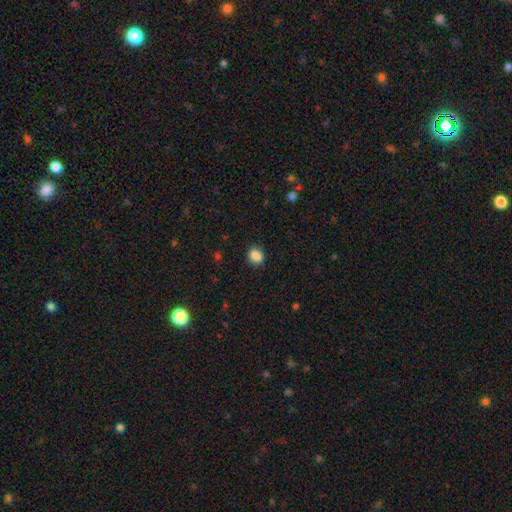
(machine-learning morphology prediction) Smooth or featured? smooth (87%)
How rounded? round (60%)
Merging? none (86%)